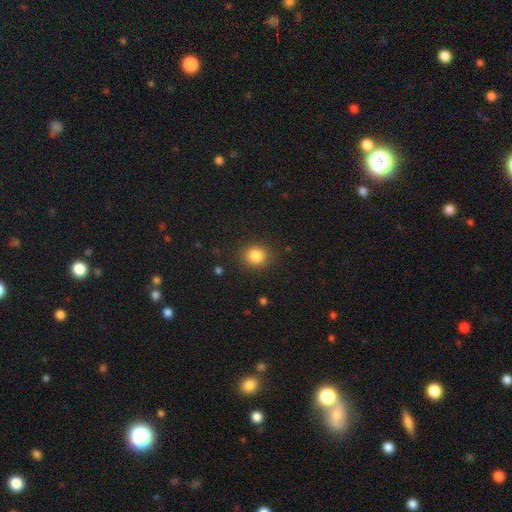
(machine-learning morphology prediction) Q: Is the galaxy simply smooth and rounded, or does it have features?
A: smooth — 84%.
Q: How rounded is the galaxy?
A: round — 76%.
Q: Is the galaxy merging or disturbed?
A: none — 88%.